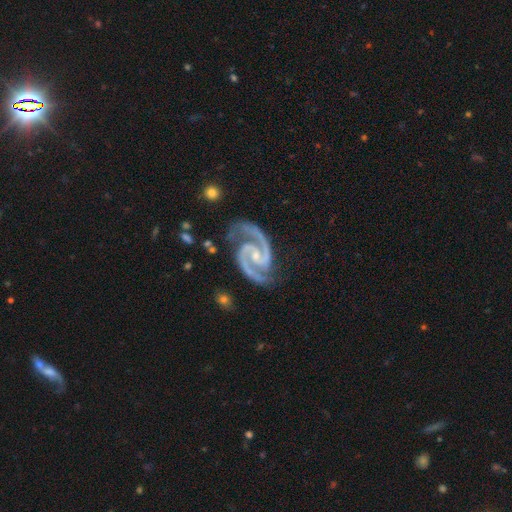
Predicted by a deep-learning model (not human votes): Q: Smooth or featured?
A: featured or disk (95%); runner-up: star or artifact (3%)
Q: Edge-on disk?
A: no (98%); runner-up: yes (2%)
Q: Bar?
A: no (41%); runner-up: weak (39%)
Q: Spiral arms?
A: yes (99%); runner-up: no (1%)
Q: Spiral winding?
A: medium (61%); runner-up: tight (31%)
Q: Spiral arm count?
A: 2 (94%); runner-up: 3 (2%)
Q: Bulge size?
A: small (64%); runner-up: moderate (29%)
Q: Merging?
A: none (77%); runner-up: minor disturbance (16%)